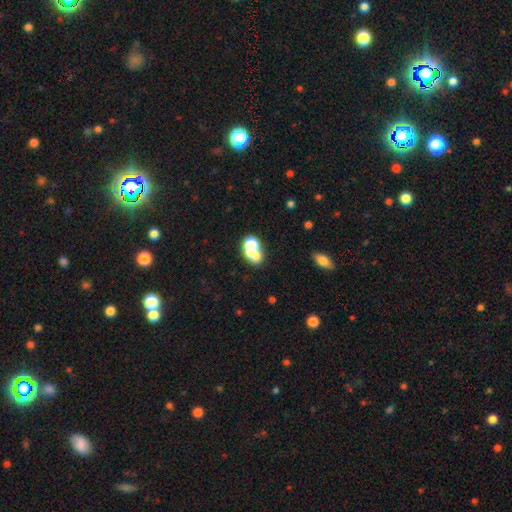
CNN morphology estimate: A smooth galaxy with no disk features (58%) that is in between round and cigar-shaped (61%). Merging: merger (60%).